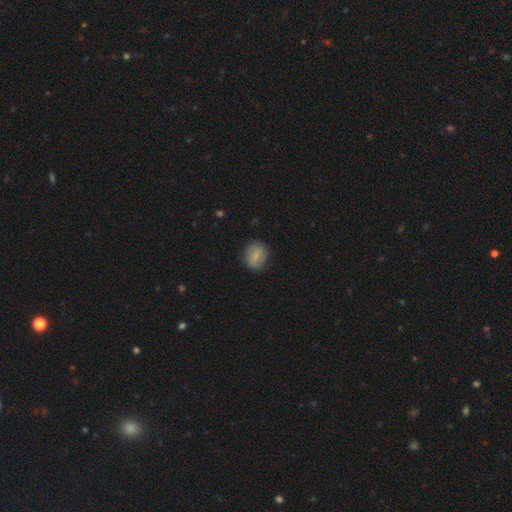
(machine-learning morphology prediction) smooth 74%, featured or disk 18%, star or artifact 8%. Down the decision tree: how rounded — round (56%); merging — none (84%).